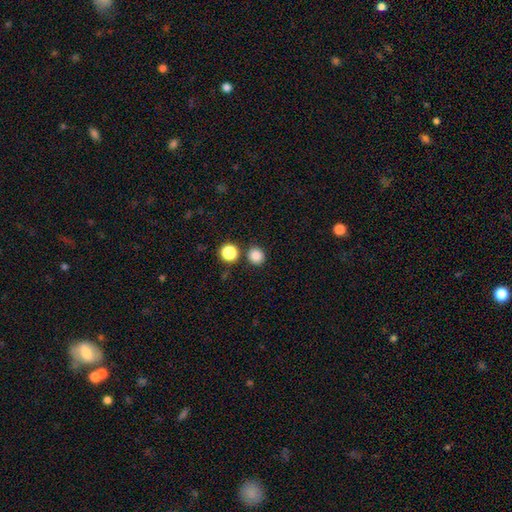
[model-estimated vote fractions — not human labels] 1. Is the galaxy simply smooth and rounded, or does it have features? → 85% smooth, 12% star or artifact, 3% featured or disk.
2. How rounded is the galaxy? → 90% round, 9% in between, 1% cigar-shaped.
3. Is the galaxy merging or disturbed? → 83% none, 8% merger, 7% minor disturbance, 2% major disturbance.